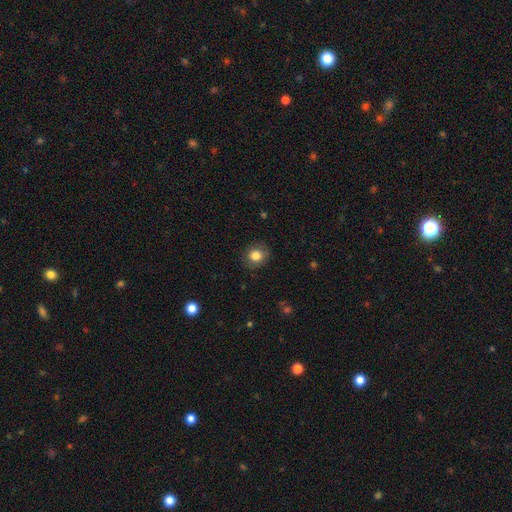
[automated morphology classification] smooth_or_featured: smooth (p=0.82) [alt: star or artifact p=0.10]
how_rounded: round (p=0.83) [alt: in between p=0.16]
merging: none (p=0.85) [alt: minor disturbance p=0.11]